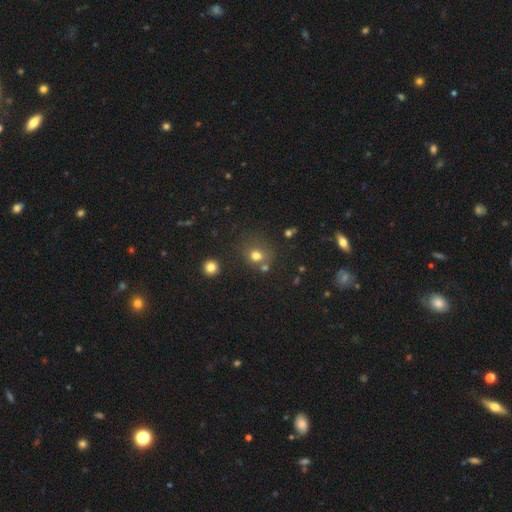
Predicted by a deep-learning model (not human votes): A smooth galaxy with no disk features (73%) that is round (73%).

Vote fractions:
- Smooth or featured? smooth: 73% / star or artifact: 17% / featured or disk: 10%
- How rounded? round: 73% / in between: 26% / cigar-shaped: 1%
- Merging? none: 62% / merger: 17% / minor disturbance: 15% / major disturbance: 7%